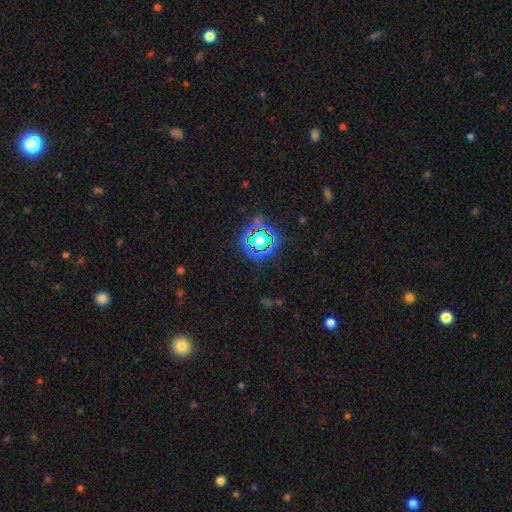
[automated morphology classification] This is likely a star or artifact rather than a galaxy (73%).